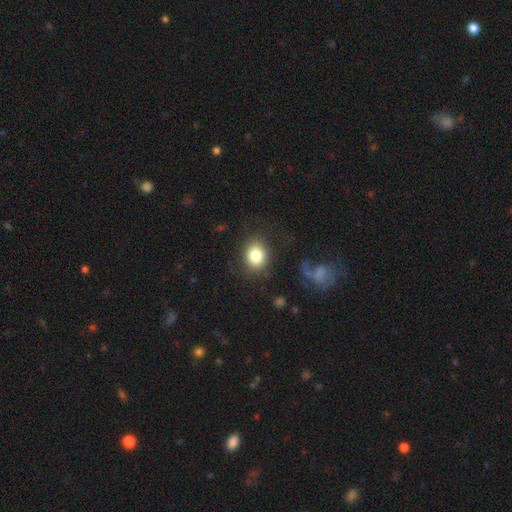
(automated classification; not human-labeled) smooth 83%, star or artifact 9%, featured or disk 8%. Down the decision tree: how rounded — round (56%); merging — none (82%).